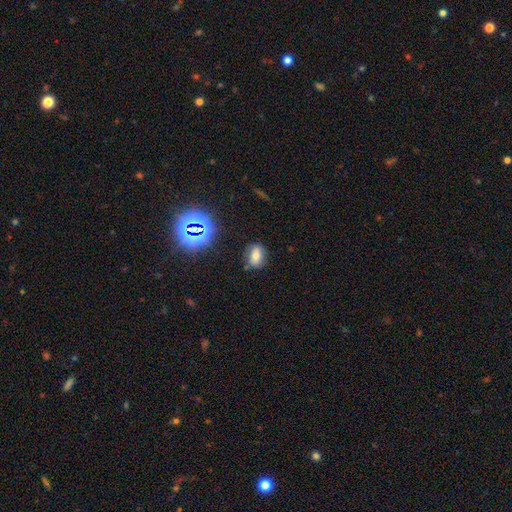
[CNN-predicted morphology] This appears to be a smooth galaxy with no disk features (62%) that is in between round and cigar-shaped (72%). Merging: none (76%).